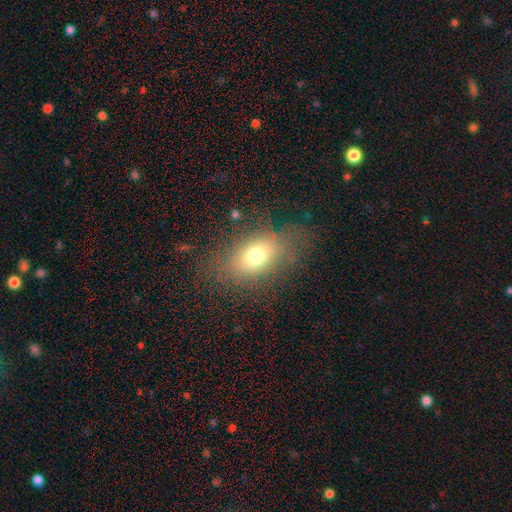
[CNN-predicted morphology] smooth-or-featured: smooth: 71% | featured or disk: 17% | star or artifact: 12%
  how-rounded: in between: 82% | round: 15% | cigar-shaped: 3%
  merging: none: 70% | minor disturbance: 18% | major disturbance: 10% | merger: 2%